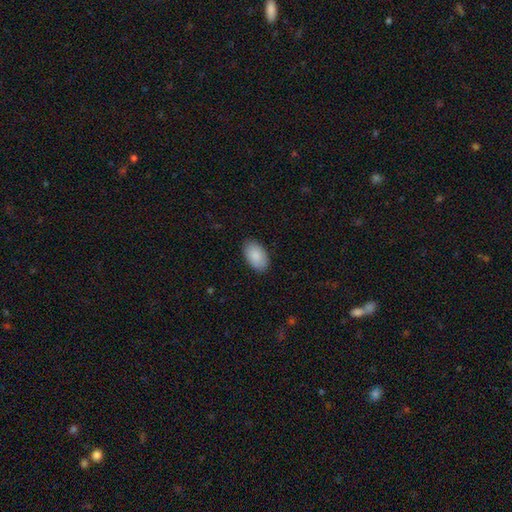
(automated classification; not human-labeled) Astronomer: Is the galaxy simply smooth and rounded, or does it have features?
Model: smooth — 89%.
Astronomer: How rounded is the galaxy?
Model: in between — 94%.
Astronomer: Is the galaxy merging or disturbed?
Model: none — 87%.